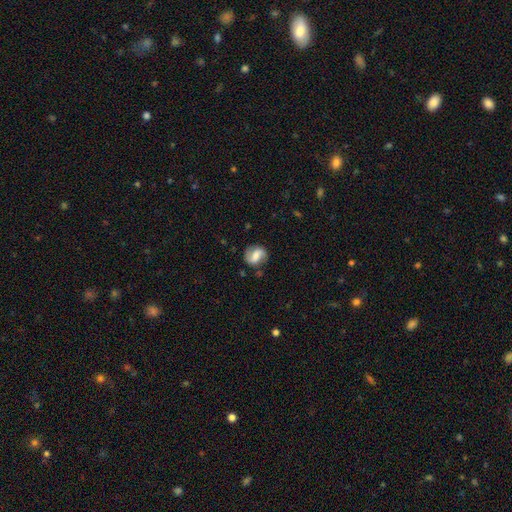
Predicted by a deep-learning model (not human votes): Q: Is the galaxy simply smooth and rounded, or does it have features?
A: featured or disk — 58%.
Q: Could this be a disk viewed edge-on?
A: no — 97%.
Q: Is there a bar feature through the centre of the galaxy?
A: weak — 43%.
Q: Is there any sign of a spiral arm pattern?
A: yes — 88%.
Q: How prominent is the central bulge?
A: moderate — 45%.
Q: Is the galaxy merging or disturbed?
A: none — 74%.